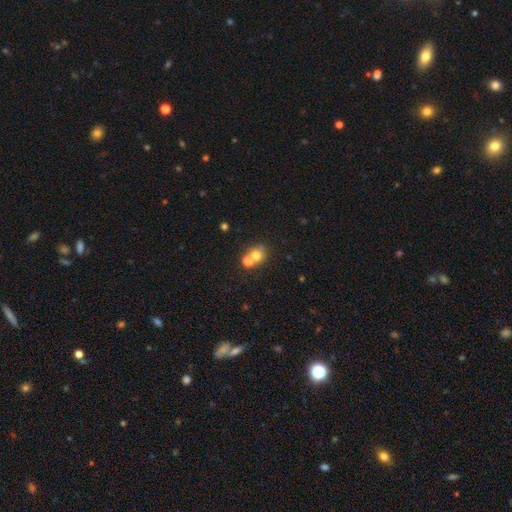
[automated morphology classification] Q: Smooth or featured?
A: smooth (70%); runner-up: star or artifact (15%)
Q: How rounded?
A: round (78%); runner-up: in between (21%)
Q: Merging?
A: merger (45%); tied with: none (45%)